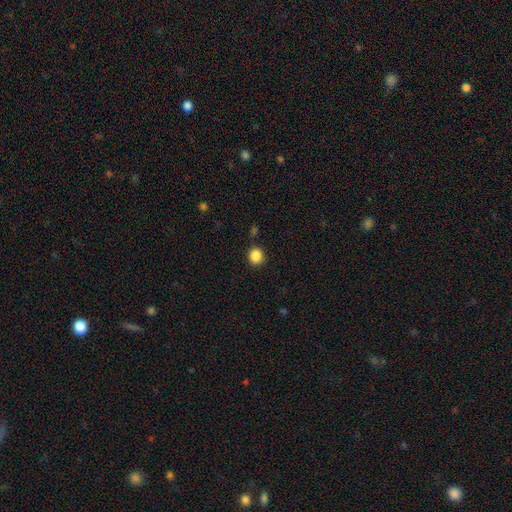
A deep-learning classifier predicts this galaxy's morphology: Smooth or featured: smooth — 87% (star or artifact — 10%)
How rounded: round — 85% (in between — 14%)
Merging: none — 88% (minor disturbance — 7%)